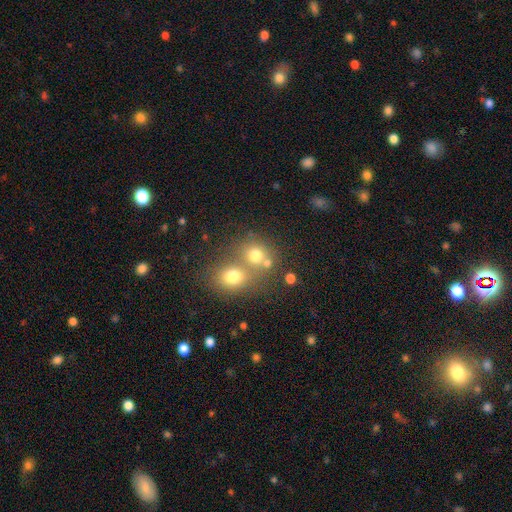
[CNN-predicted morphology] A smooth galaxy with no disk features (73%) that is round (77%).

Vote fractions:
- Smooth or featured? smooth: 73% / star or artifact: 15% / featured or disk: 12%
- How rounded? round: 77% / in between: 22% / cigar-shaped: 1%
- Merging? none: 44% (tied) / merger: 44% (tied) / minor disturbance: 8% / major disturbance: 4%